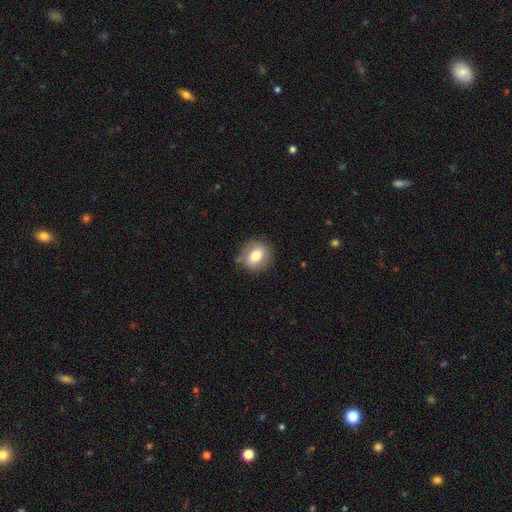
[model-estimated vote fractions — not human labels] smooth-or-featured: smooth: 74% | featured or disk: 17% | star or artifact: 9%
  how-rounded: round: 68% | in between: 30% | cigar-shaped: 1%
  merging: none: 78% | minor disturbance: 16% | major disturbance: 4% | merger: 2%